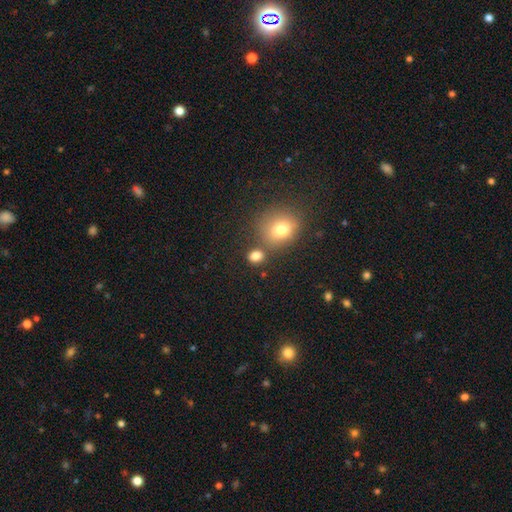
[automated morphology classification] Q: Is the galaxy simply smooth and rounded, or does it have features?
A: smooth — 81%.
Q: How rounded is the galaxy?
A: round — 60%.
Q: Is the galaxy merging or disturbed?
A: none — 66%.